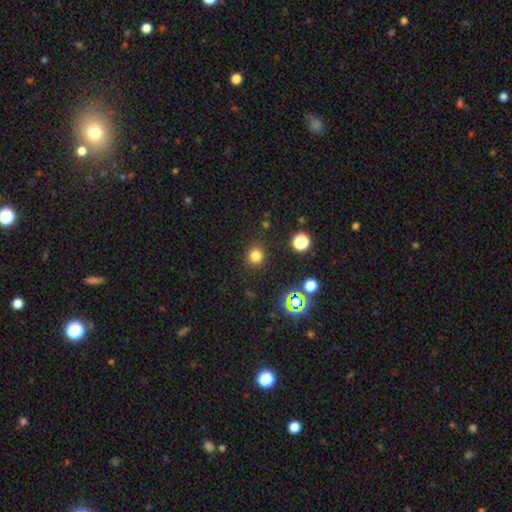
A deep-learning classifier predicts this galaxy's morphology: Smooth or featured: smooth — 78% (star or artifact — 18%)
How rounded: round — 91% (in between — 8%)
Merging: none — 88% (minor disturbance — 7%)